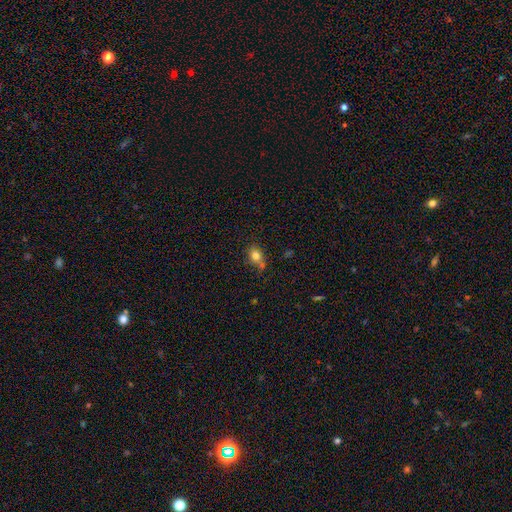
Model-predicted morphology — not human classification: A smooth galaxy with no disk features (79%) that is round (50%).

Vote fractions:
- Smooth or featured? smooth: 79% / star or artifact: 12% / featured or disk: 9%
- How rounded? round: 50% / in between: 48% / cigar-shaped: 2%
- Merging? none: 57% / minor disturbance: 20% / merger: 17% / major disturbance: 6%